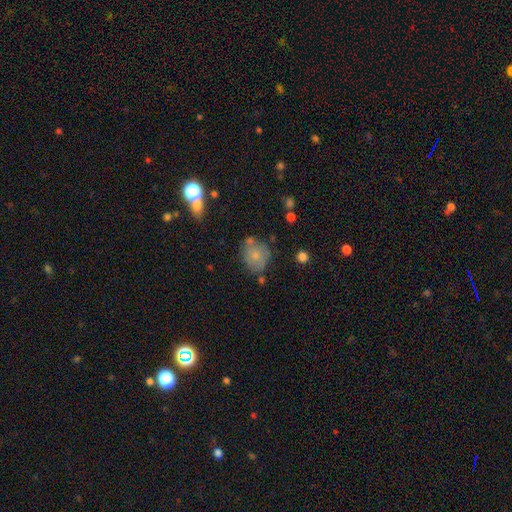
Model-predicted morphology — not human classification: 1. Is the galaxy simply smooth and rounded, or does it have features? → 72% smooth, 19% featured or disk, 9% star or artifact.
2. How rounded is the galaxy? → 72% round, 27% in between, 1% cigar-shaped.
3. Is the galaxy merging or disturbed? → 59% none, 22% minor disturbance, 12% merger, 7% major disturbance.